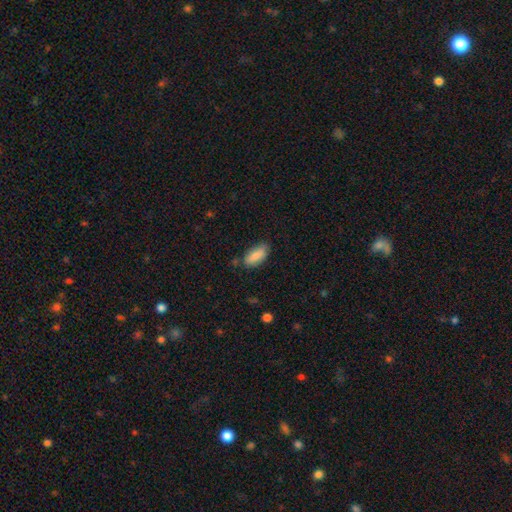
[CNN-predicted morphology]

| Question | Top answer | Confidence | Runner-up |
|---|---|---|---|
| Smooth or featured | smooth | 86% | featured or disk (8%) |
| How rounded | in between | 83% | cigar-shaped (15%) |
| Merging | none | 75% | minor disturbance (19%) |